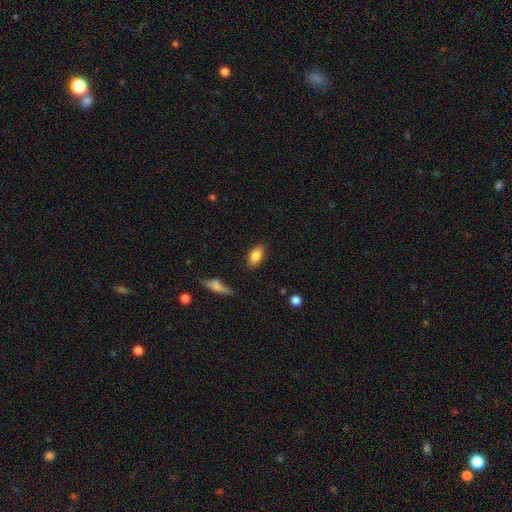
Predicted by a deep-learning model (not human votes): This appears to be a smooth galaxy with no disk features (85%) that is in between round and cigar-shaped (89%). Merging: none (85%).